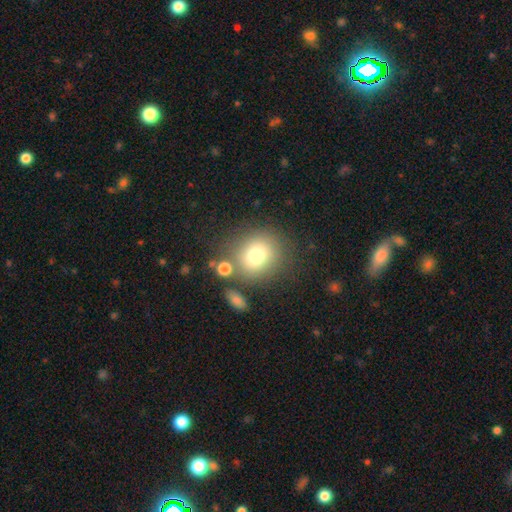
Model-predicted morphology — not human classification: A smooth galaxy with no disk features (75%) that is round (79%). Merging: none (73%).